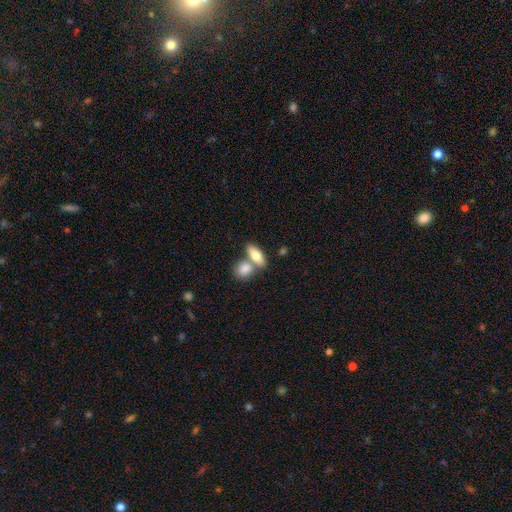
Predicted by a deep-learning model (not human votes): Q: Smooth or featured?
A: smooth (76%); runner-up: featured or disk (19%)
Q: How rounded?
A: in between (78%); runner-up: cigar-shaped (15%)
Q: Merging?
A: merger (45%); runner-up: none (44%)